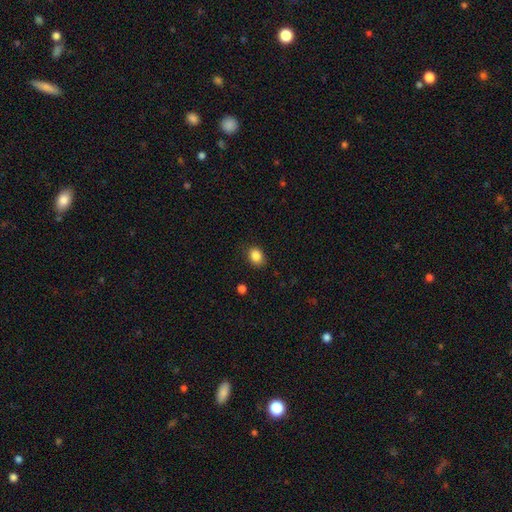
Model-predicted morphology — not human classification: This is clearly a smooth galaxy (86%). How rounded: possibly in between (57%). Merging: clearly none (83%).